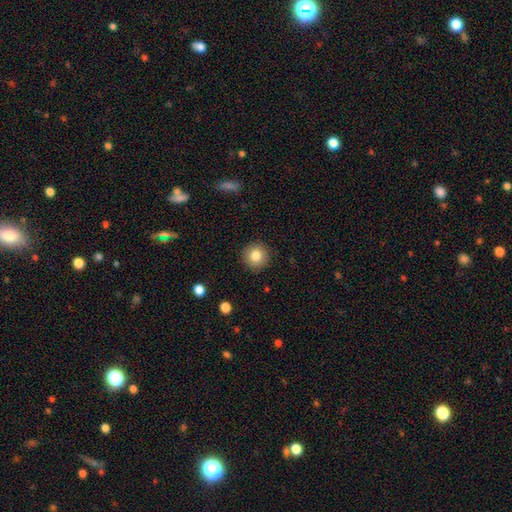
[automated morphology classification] Q: Smooth or featured?
A: smooth (82%); runner-up: star or artifact (10%)
Q: How rounded?
A: round (94%); runner-up: in between (5%)
Q: Merging?
A: none (91%); runner-up: minor disturbance (6%)